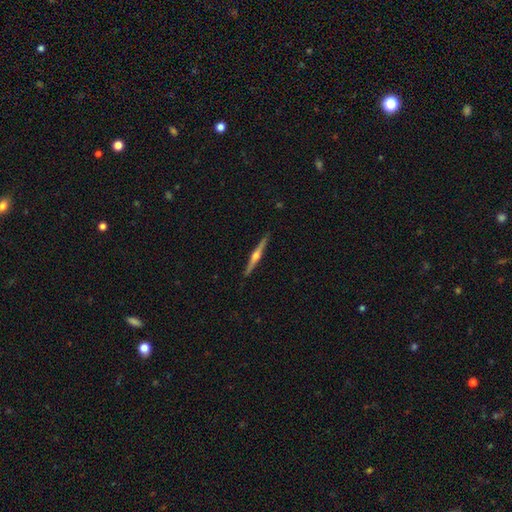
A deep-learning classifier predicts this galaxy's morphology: smooth_or_featured: featured or disk (p=0.77) [alt: smooth p=0.18]
disk_edge_on: yes (p=0.98) [alt: no p=0.02]
edge_on_bulge: rounded (p=0.92) [alt: boxy p=0.04]
merging: none (p=0.91) [alt: minor disturbance p=0.06]